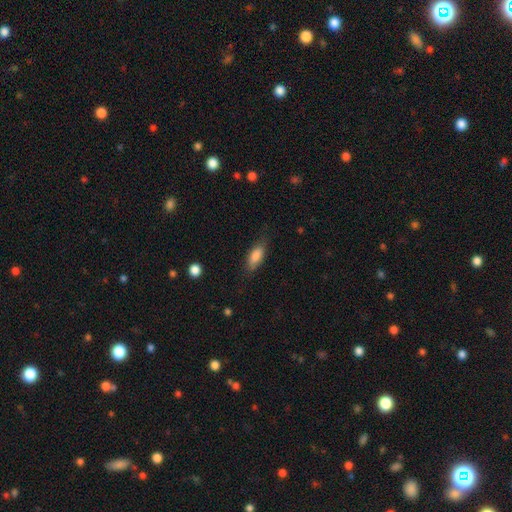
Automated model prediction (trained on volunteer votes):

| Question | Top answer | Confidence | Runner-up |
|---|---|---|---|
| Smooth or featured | smooth | 83% | featured or disk (11%) |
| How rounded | in between | 74% | cigar-shaped (23%) |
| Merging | none | 74% | minor disturbance (19%) |